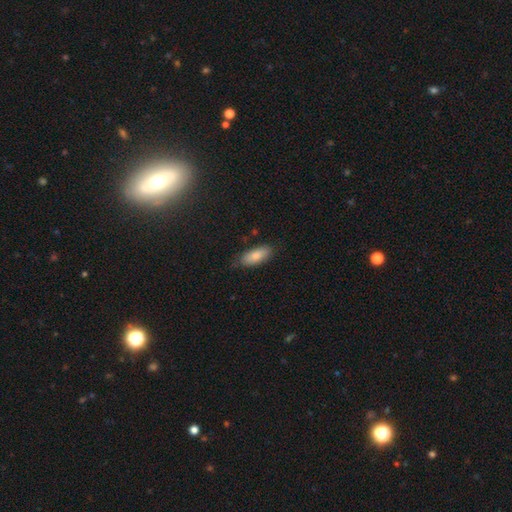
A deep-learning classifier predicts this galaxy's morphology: Smooth or featured? Predicted: smooth (p=0.82). How rounded? Predicted: in between (p=0.81). Merging? Predicted: none (p=0.79).